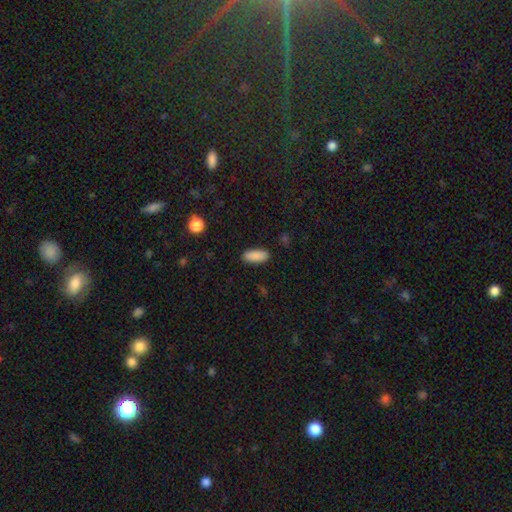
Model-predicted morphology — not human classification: type=smooth (89%); roundness=in between (79%); merging=none (89%).